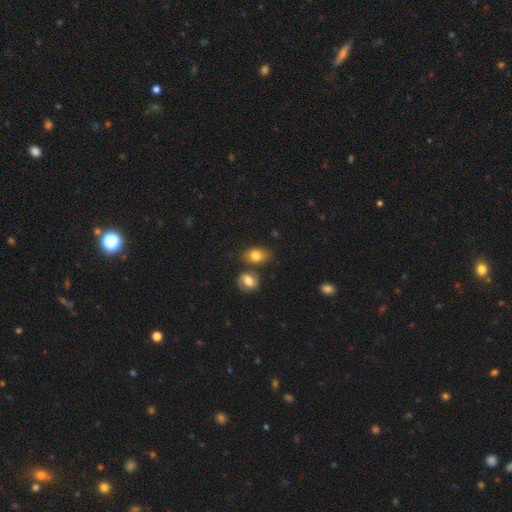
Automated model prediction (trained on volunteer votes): A smooth galaxy with no disk features (80%) that is in between round and cigar-shaped (76%).

Vote fractions:
- Smooth or featured? smooth: 80% / featured or disk: 13% / star or artifact: 8%
- How rounded? in between: 76% / round: 22% / cigar-shaped: 2%
- Merging? none: 64% / merger: 18% / minor disturbance: 14% / major disturbance: 3%